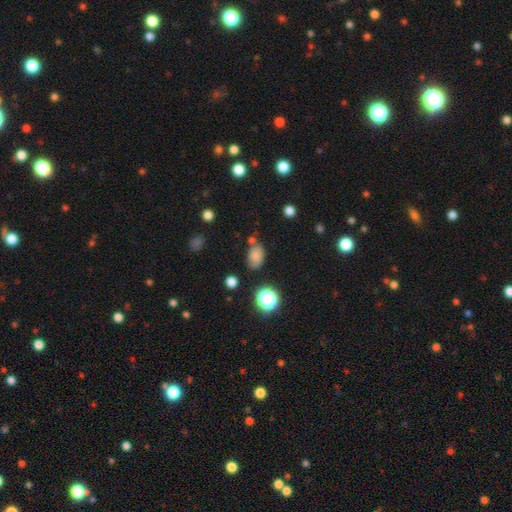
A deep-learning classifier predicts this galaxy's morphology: Overall: smooth (79%). How rounded: in between (82%). Merging: none (67%).